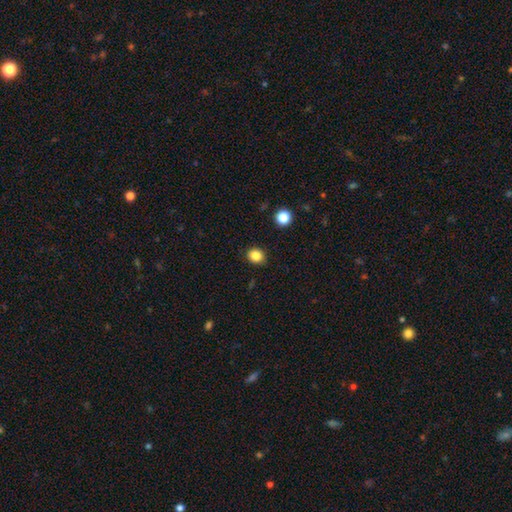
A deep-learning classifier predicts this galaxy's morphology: The model was most divided on "how rounded": round: 72%, in between: 27%, cigar-shaped: 1%. More confident: merging — none (90%); smooth or featured — smooth (85%).